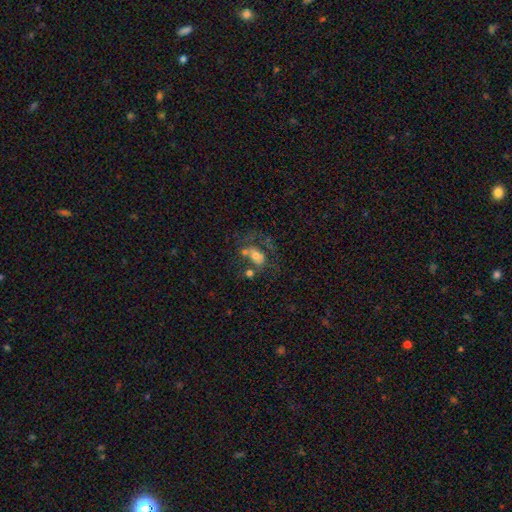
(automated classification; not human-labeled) Smooth or featured? smooth (54%)
How rounded? in between (67%)
Merging? merger (35%)